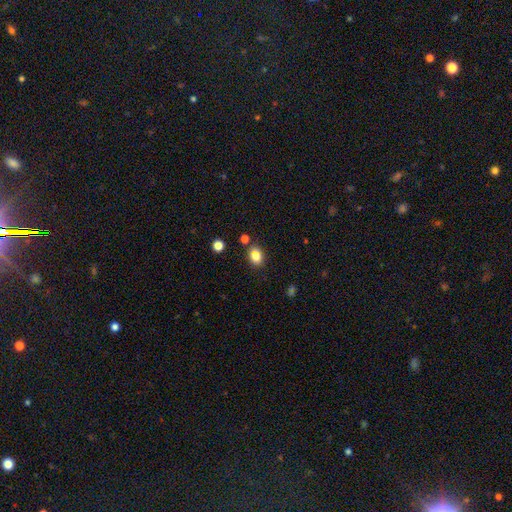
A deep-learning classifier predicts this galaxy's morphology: This appears to be a smooth galaxy with no disk features (78%) that is round (51%). Merging: none (68%).